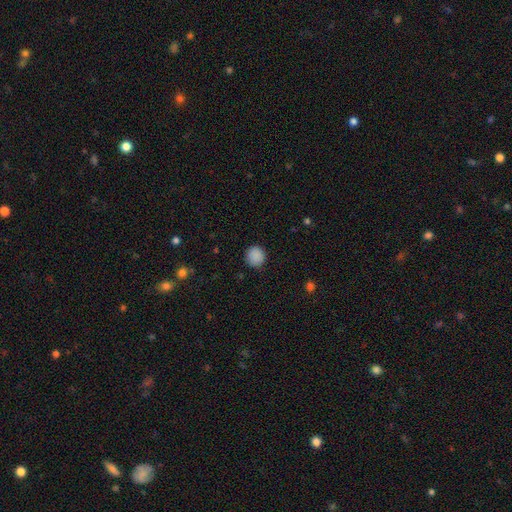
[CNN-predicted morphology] Smooth or featured: smooth — 88% (star or artifact — 9%)
How rounded: round — 93% (in between — 7%)
Merging: none — 90% (minor disturbance — 7%)